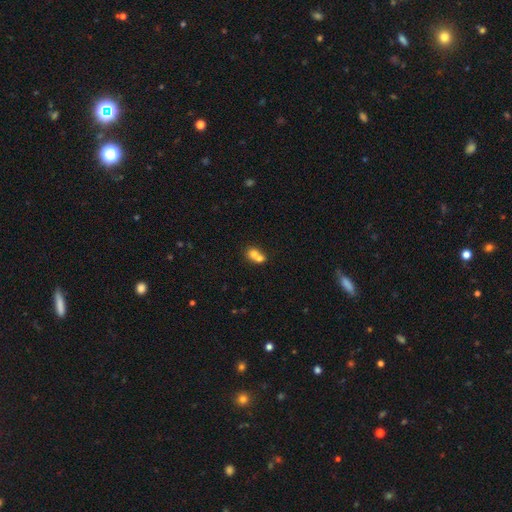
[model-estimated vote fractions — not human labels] Smooth or featured: smooth — 71% (featured or disk — 18%)
How rounded: round — 65% (in between — 34%)
Merging: merger — 69% (none — 24%)